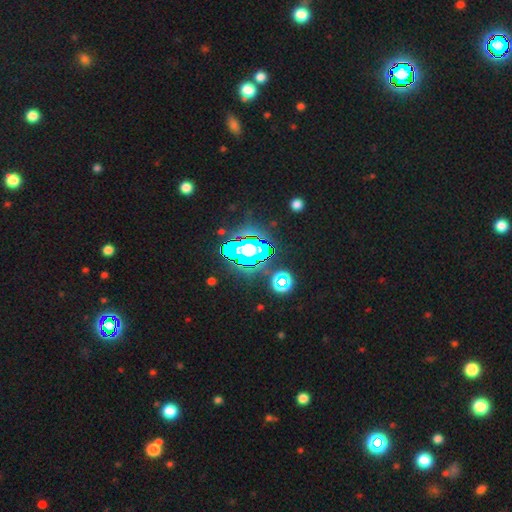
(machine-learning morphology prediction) Smooth or featured? Predicted: star or artifact (p=0.82).